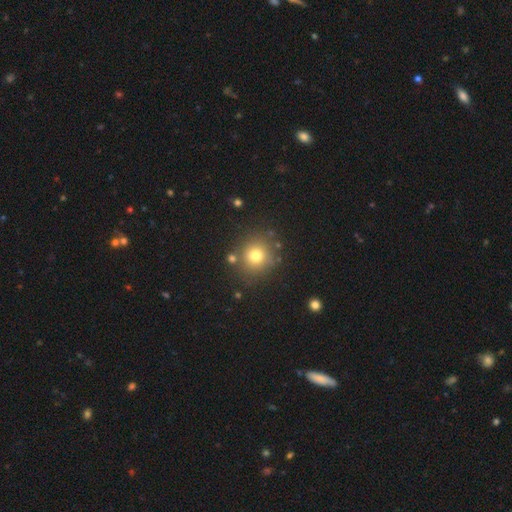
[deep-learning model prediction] The model was most divided on "smooth or featured": smooth: 76%, star or artifact: 15%, featured or disk: 10%. More confident: how rounded — round (89%); merging — none (81%).